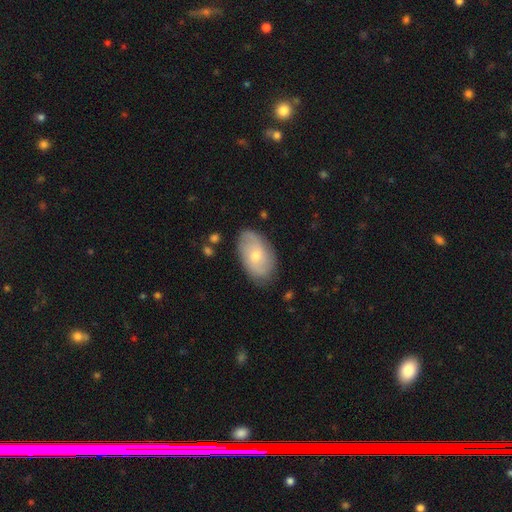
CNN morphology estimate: Smooth or featured? Predicted: featured or disk (p=0.51). Edge-on disk? Predicted: no (p=0.93). Merging? Predicted: none (p=0.80).